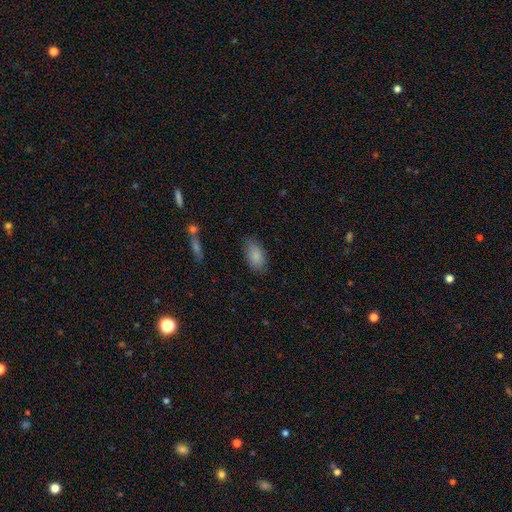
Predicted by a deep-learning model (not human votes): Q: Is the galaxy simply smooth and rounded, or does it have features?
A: smooth — 86%.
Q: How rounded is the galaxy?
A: in between — 92%.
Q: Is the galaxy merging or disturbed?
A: none — 79%.